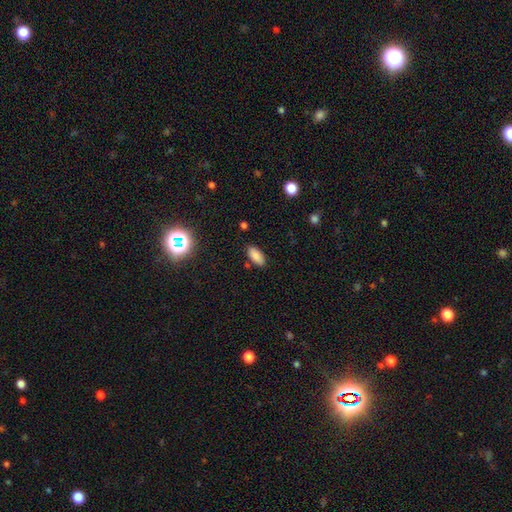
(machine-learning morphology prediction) Smooth or featured?
  - smooth: 83% *
  - star or artifact: 10%
  - featured or disk: 7%
How rounded?
  - in between: 88% *
  - cigar-shaped: 9%
  - round: 3%
Merging?
  - none: 86% *
  - minor disturbance: 10%
  - major disturbance: 2%
  - merger: 2%